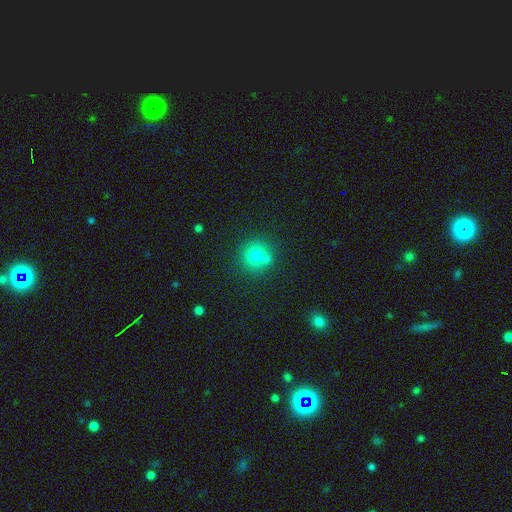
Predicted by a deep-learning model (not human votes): This appears to be a smooth galaxy with no disk features (75%) that is round (90%). Merging: none (58%).